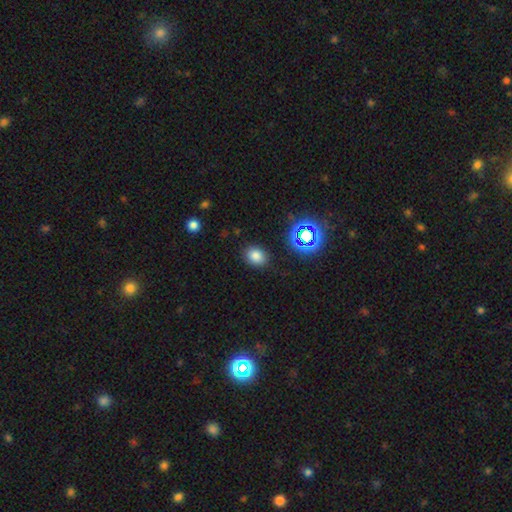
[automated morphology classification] Smooth or featured? Predicted: smooth (p=0.77). How rounded? Predicted: in between (p=0.62). Merging? Predicted: none (p=0.86).